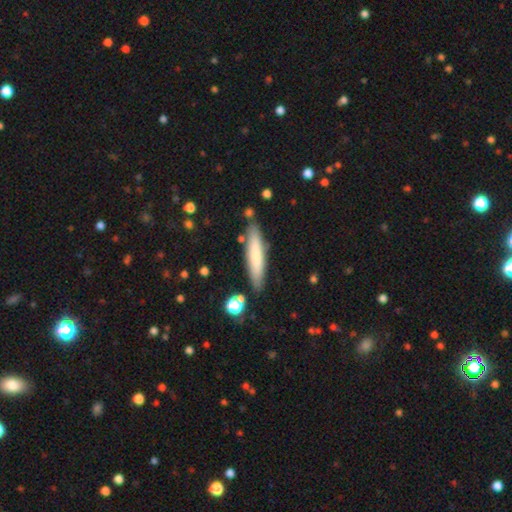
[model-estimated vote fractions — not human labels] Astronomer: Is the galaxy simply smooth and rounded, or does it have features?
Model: smooth — 72%.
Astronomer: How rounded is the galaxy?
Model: cigar-shaped — 85%.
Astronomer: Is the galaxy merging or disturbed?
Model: none — 83%.